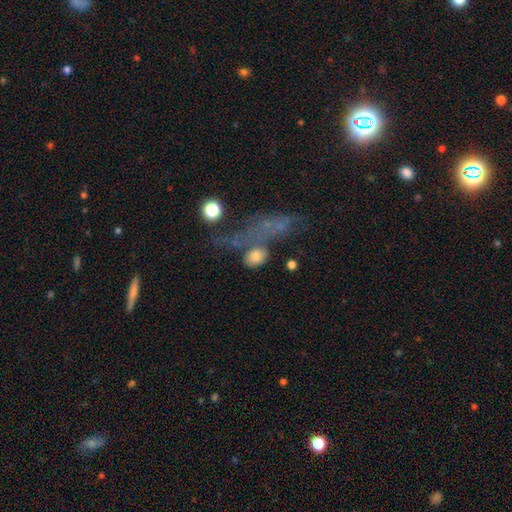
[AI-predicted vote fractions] This is likely a smooth galaxy (70%). How rounded: possibly in between (50%). Merging: marginally none (39%).